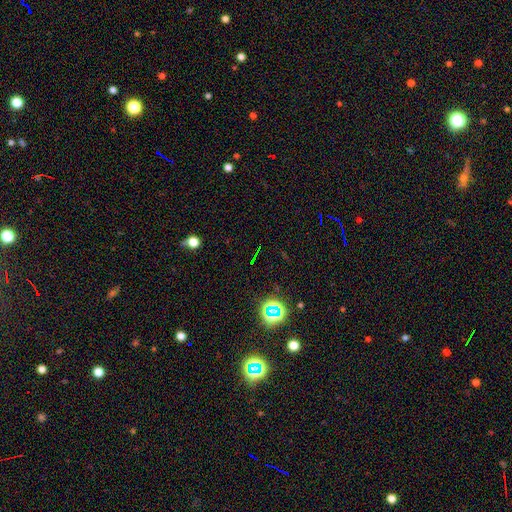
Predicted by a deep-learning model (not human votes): Smooth or featured?
  - star or artifact: 71% *
  - smooth: 18%
  - featured or disk: 11%